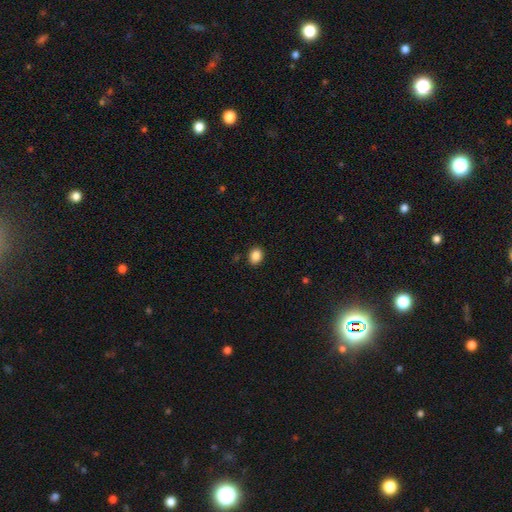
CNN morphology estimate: A smooth galaxy with no disk features (87%) that is in between round and cigar-shaped (56%). Merging: none (89%).